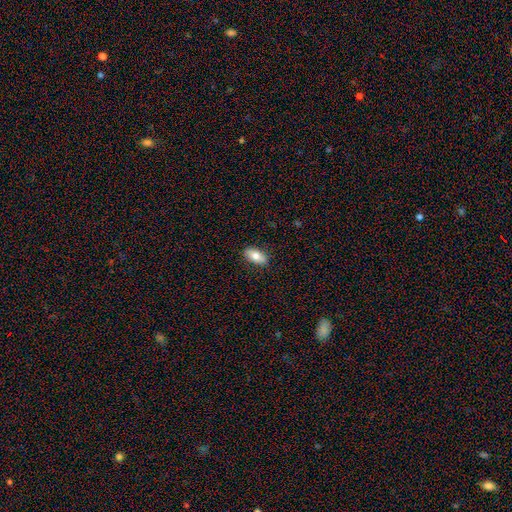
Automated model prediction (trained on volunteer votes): smooth_or_featured: smooth (p=0.78) [alt: featured or disk p=0.16]
how_rounded: in between (p=0.90) [alt: cigar-shaped p=0.07]
merging: none (p=0.88) [alt: minor disturbance p=0.09]